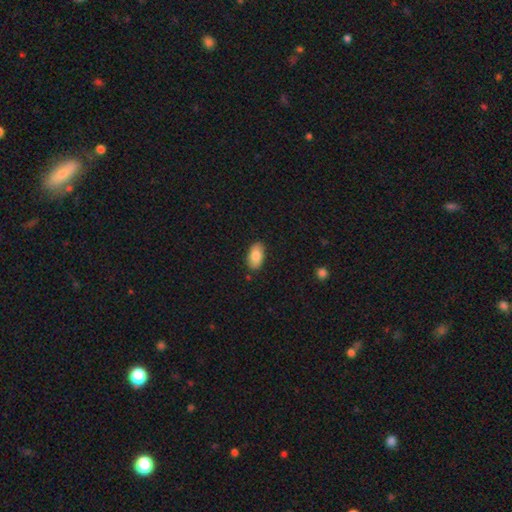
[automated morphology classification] A smooth galaxy with no disk features (84%) that is in between round and cigar-shaped (94%). Merging: none (85%).